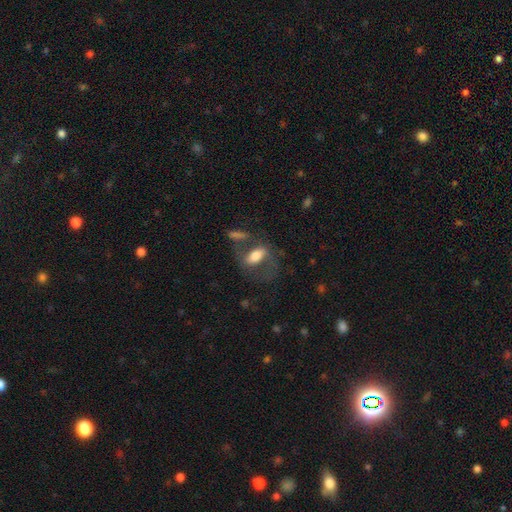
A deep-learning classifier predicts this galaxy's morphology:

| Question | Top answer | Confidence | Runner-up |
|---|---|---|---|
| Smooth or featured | smooth | 54% | featured or disk (37%) |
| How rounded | in between | 81% | cigar-shaped (12%) |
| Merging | none | 45% | major disturbance (23%) |